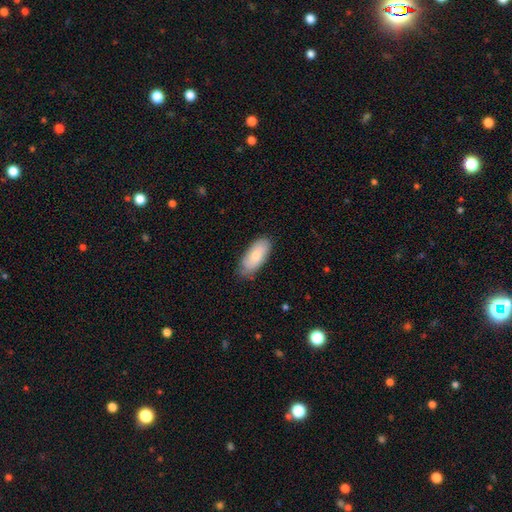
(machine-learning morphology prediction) smooth_or_featured: smooth (p=0.78) [alt: featured or disk p=0.16]
how_rounded: in between (p=0.87) [alt: cigar-shaped p=0.11]
merging: none (p=0.79) [alt: minor disturbance p=0.17]